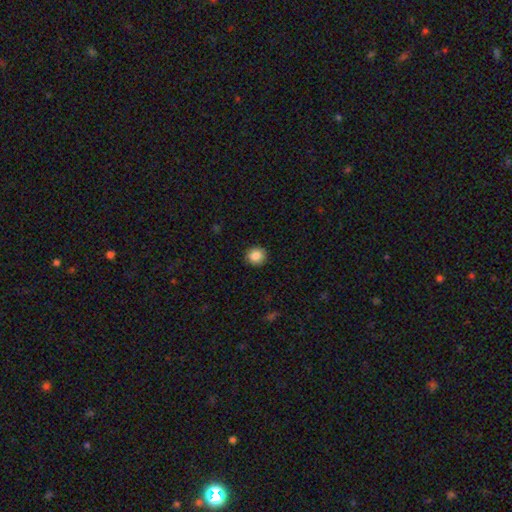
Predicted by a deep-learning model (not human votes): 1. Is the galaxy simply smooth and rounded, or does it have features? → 88% smooth, 9% star or artifact, 3% featured or disk.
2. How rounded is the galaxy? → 90% round, 9% in between, 1% cigar-shaped.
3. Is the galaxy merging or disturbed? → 91% none, 6% minor disturbance, 2% major disturbance, 1% merger.